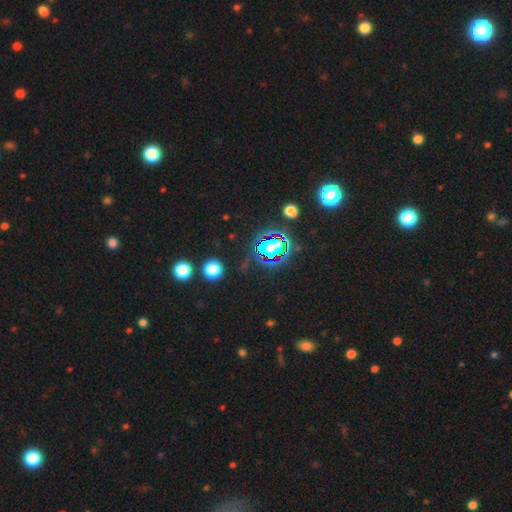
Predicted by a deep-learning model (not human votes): Smooth or featured? star or artifact (75%)